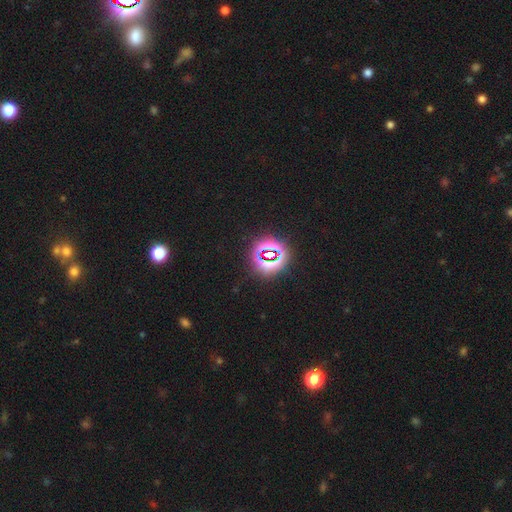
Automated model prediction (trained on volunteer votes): Smooth or featured? star or artifact (77%)